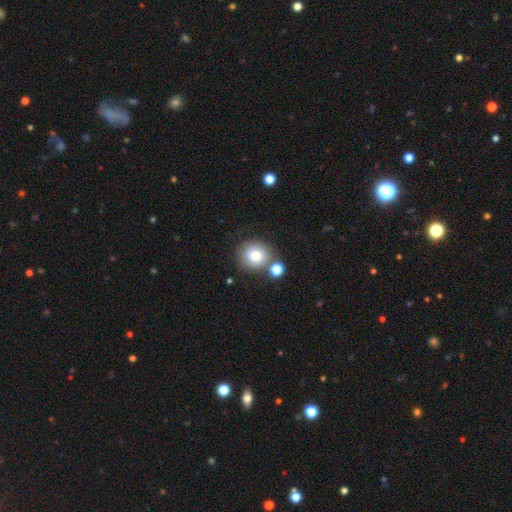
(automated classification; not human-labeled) Q: Smooth or featured?
A: smooth (75%); runner-up: featured or disk (13%)
Q: How rounded?
A: round (90%); runner-up: in between (9%)
Q: Merging?
A: none (70%); runner-up: merger (16%)